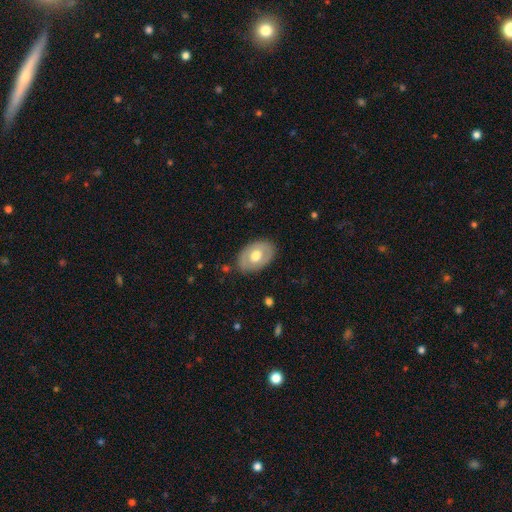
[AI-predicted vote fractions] Smooth or featured? Predicted: smooth (p=0.52). How rounded? Predicted: in between (p=0.83). Merging? Predicted: none (p=0.82).